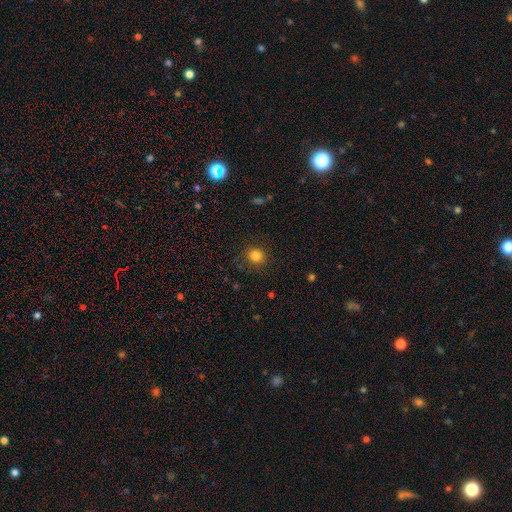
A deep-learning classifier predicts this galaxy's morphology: smooth 83%, star or artifact 12%, featured or disk 5%. Down the decision tree: how rounded — round (87%); merging — none (87%).